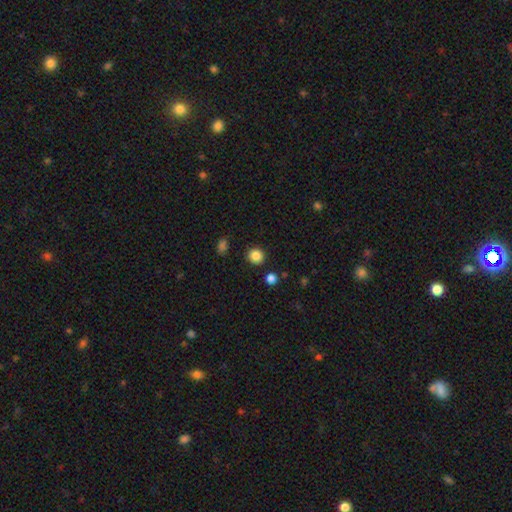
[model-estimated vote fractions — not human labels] Morphology: type=smooth (86%); roundness=round (90%); merging=none (89%).